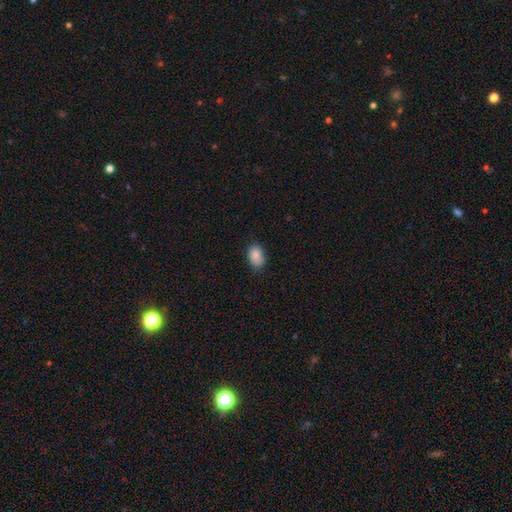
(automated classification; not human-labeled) Morphology: type=smooth (85%); roundness=in between (80%); merging=none (79%).